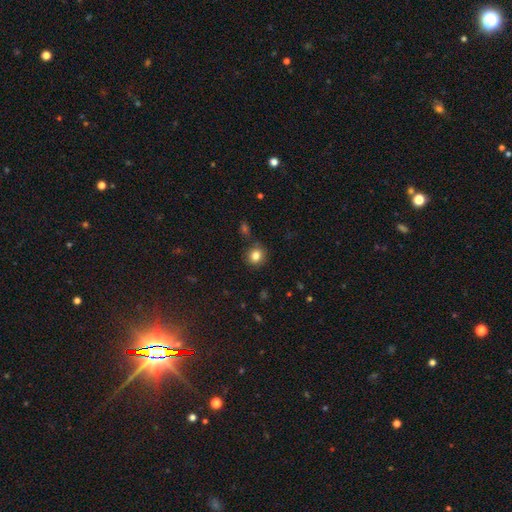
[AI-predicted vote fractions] A smooth galaxy with no disk features (82%) that is round (85%).

Vote fractions:
- Smooth or featured? smooth: 82% / star or artifact: 11% / featured or disk: 6%
- How rounded? round: 85% / in between: 14% / cigar-shaped: 1%
- Merging? none: 83% / minor disturbance: 10% / merger: 4% / major disturbance: 3%